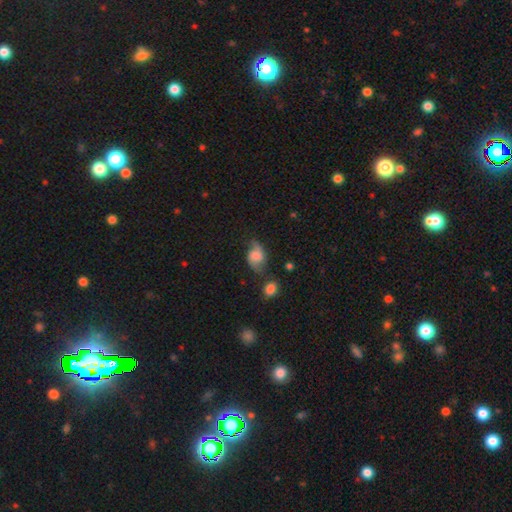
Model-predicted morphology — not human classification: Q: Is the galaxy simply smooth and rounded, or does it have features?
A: featured or disk — 51%.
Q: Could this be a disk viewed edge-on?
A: no — 96%.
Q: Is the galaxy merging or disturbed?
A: none — 53%.